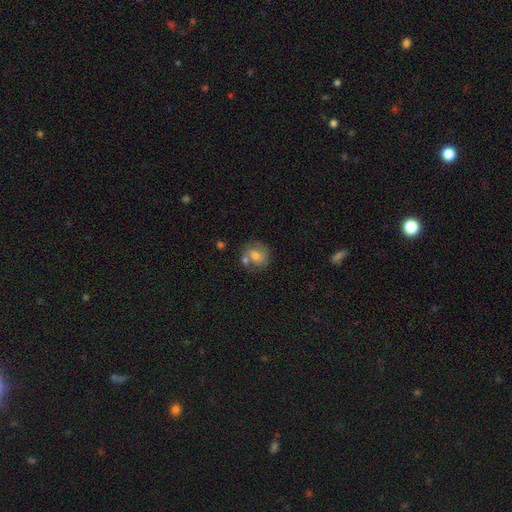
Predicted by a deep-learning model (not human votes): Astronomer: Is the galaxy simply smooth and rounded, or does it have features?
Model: smooth — 63%.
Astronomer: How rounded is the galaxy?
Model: round — 71%.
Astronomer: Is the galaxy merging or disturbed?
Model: none — 51% (runner-up: merger, 28%).